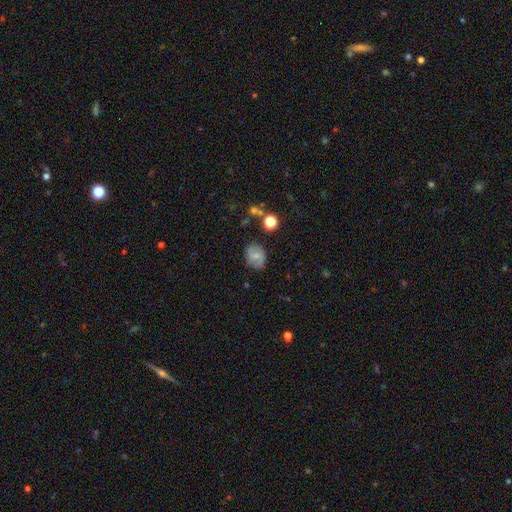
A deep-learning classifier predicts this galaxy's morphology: Smooth or featured: smooth — 55% (featured or disk — 36%)
How rounded: in between — 53% (round — 45%)
Merging: none — 78% (minor disturbance — 16%)